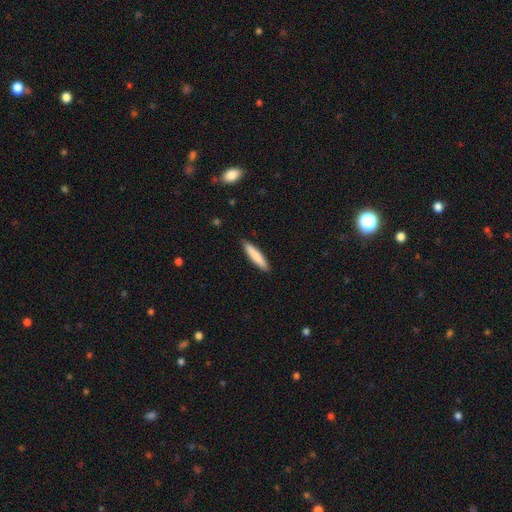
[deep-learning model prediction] smooth_or_featured: smooth (p=0.82) [alt: featured or disk p=0.13]
how_rounded: cigar-shaped (p=0.87) [alt: in between p=0.12]
merging: none (p=0.90) [alt: minor disturbance p=0.07]